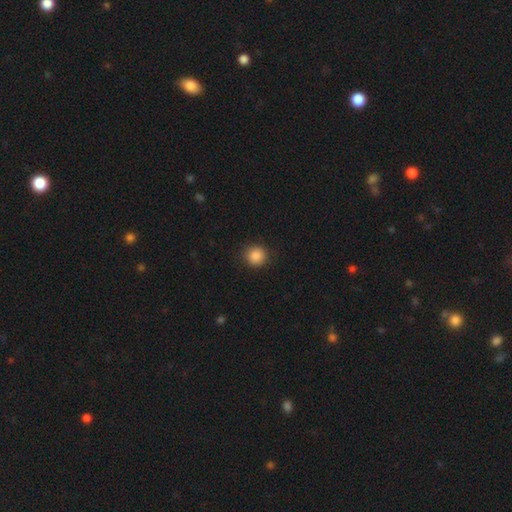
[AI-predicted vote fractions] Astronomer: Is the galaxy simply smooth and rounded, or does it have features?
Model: smooth — 88%.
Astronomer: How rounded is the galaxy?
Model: round — 92%.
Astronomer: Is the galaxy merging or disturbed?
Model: none — 90%.